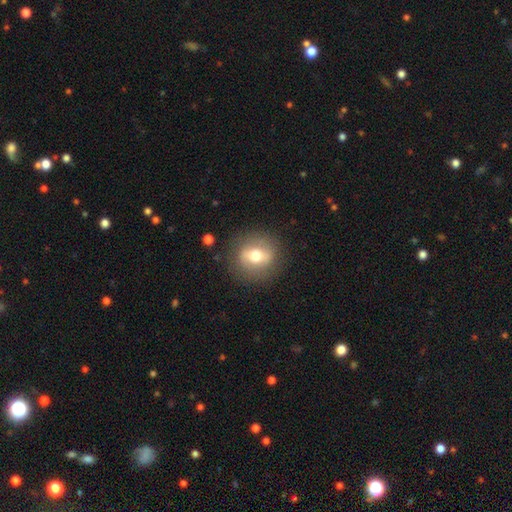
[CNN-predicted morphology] smooth_or_featured: smooth (p=0.52) [alt: featured or disk p=0.39]
how_rounded: round (p=0.82) [alt: in between p=0.16]
merging: none (p=0.84) [alt: minor disturbance p=0.11]